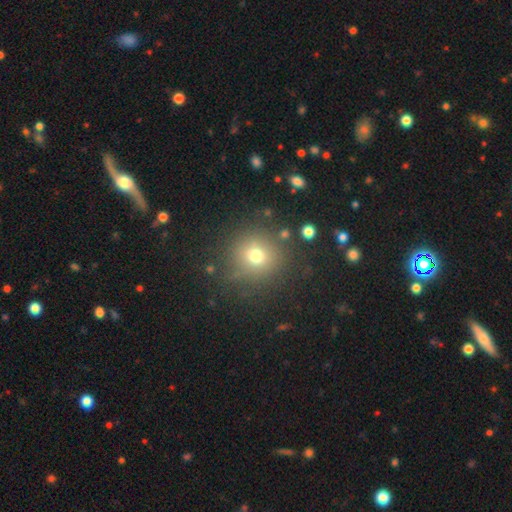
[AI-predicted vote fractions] smooth_or_featured: smooth (p=0.71) [alt: star or artifact p=0.18]
how_rounded: round (p=0.91) [alt: in between p=0.08]
merging: none (p=0.81) [alt: minor disturbance p=0.11]